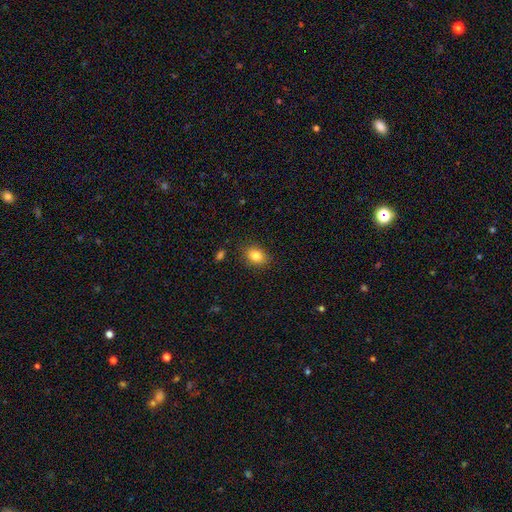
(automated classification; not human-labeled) This appears to be a smooth galaxy with no disk features (83%) that is in between round and cigar-shaped (69%). Merging: none (86%).